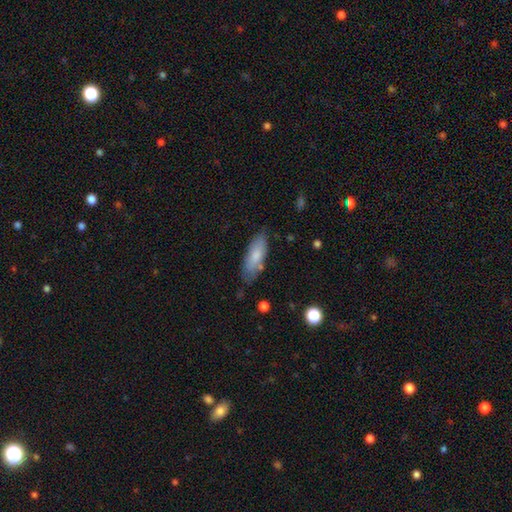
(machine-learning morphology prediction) smooth-or-featured: smooth: 77% | featured or disk: 17% | star or artifact: 6%
  how-rounded: in between: 68% | cigar-shaped: 30% | round: 2%
  merging: none: 70% | minor disturbance: 22% | major disturbance: 4% | merger: 4%